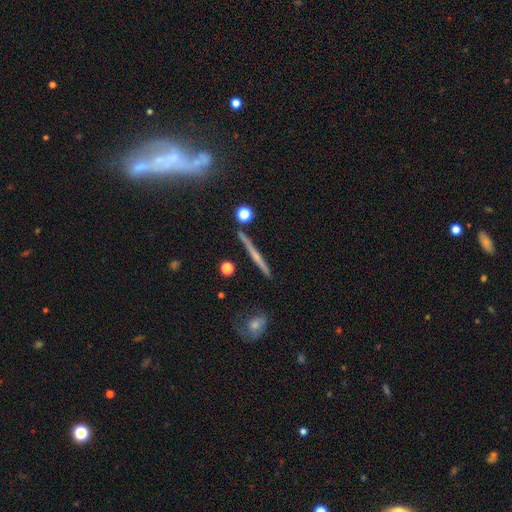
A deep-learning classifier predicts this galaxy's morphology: Smooth or featured? Predicted: featured or disk (p=0.64). Edge-on disk? Predicted: yes (p=0.97). Edge-on bulge? Predicted: none (p=0.54). Merging? Predicted: none (p=0.88).